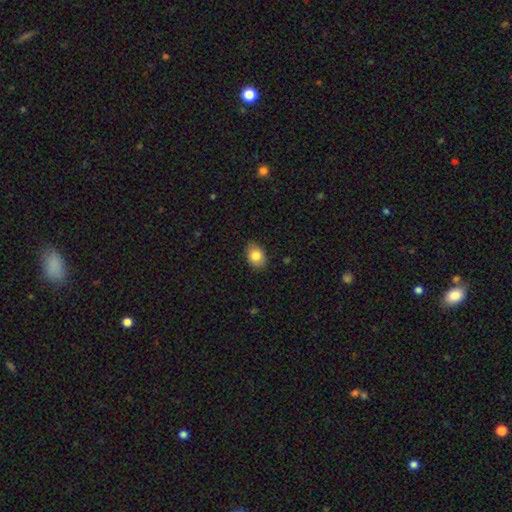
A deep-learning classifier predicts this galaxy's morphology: Smooth or featured: smooth — 83% (featured or disk — 9%)
How rounded: in between — 72% (round — 27%)
Merging: none — 84% (minor disturbance — 13%)